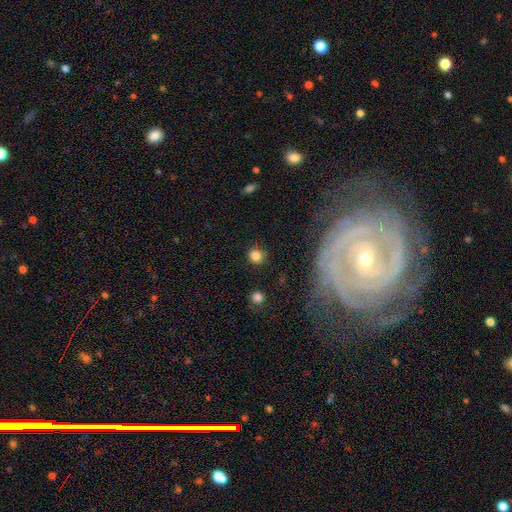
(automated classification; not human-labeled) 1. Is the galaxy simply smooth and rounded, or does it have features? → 83% smooth, 11% star or artifact, 5% featured or disk.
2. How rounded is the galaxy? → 86% round, 12% in between, 1% cigar-shaped.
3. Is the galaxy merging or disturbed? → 86% none, 9% minor disturbance, 3% major disturbance, 2% merger.